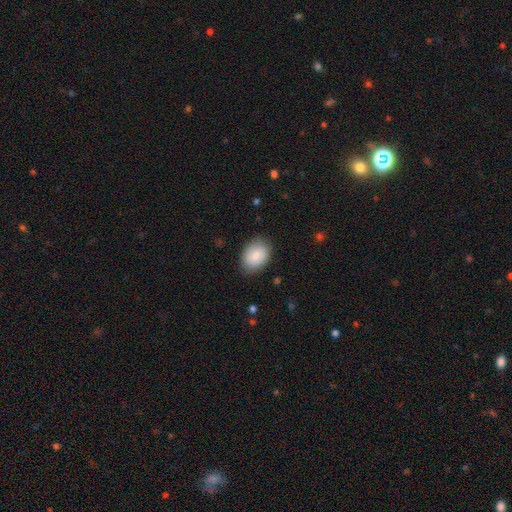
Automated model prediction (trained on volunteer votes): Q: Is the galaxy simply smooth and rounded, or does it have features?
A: smooth — 82%.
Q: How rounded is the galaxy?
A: in between — 78%.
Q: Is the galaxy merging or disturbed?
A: none — 82%.